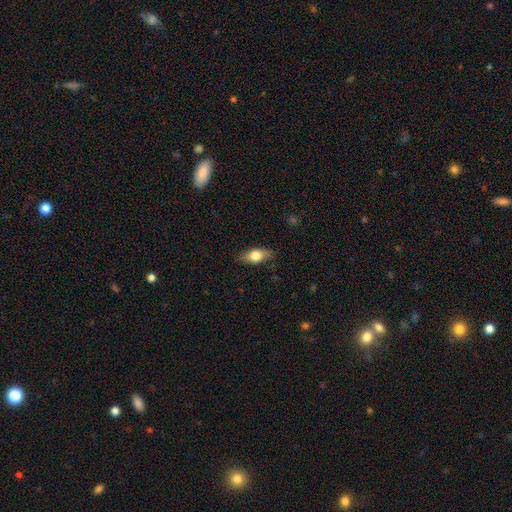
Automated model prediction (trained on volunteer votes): This is likely a smooth galaxy (67%). How rounded: likely in between (78%). Merging: clearly none (82%).